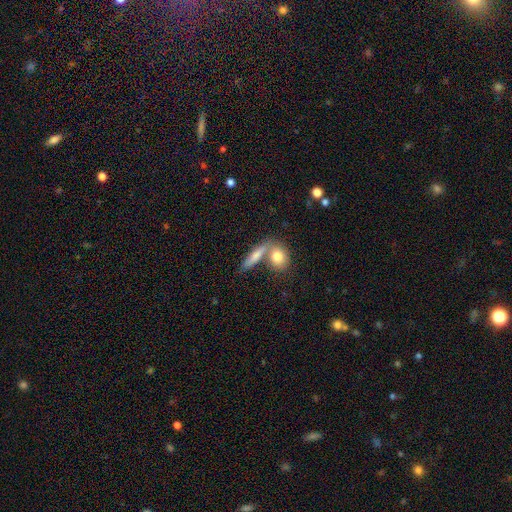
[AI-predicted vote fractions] Morphology: type=smooth (72%); roundness=cigar-shaped (48%); merging=none (50%).